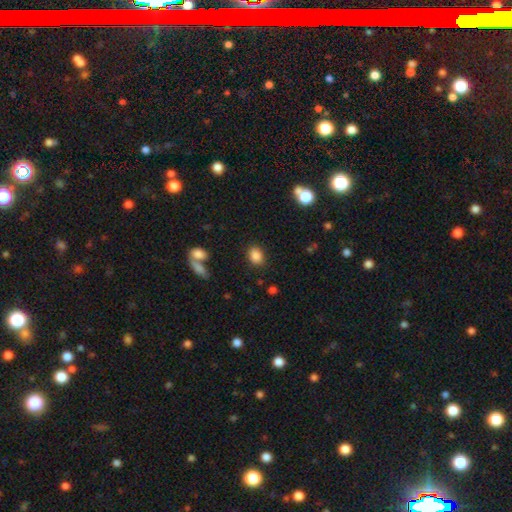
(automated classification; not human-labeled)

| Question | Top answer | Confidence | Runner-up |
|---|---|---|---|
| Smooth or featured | smooth | 85% | star or artifact (9%) |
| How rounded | in between | 64% | round (35%) |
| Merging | none | 85% | minor disturbance (9%) |